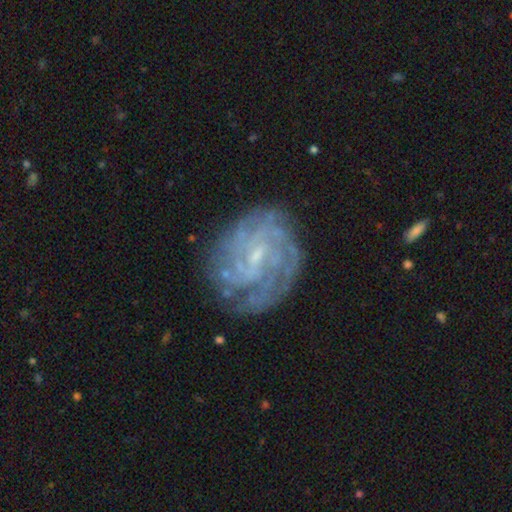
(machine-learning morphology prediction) This appears to be a featured or disk galaxy (84%) with a weak bar (56%), tight (68%) spiral arms (94%) and a small central bulge (69%). Merging: none (75%).